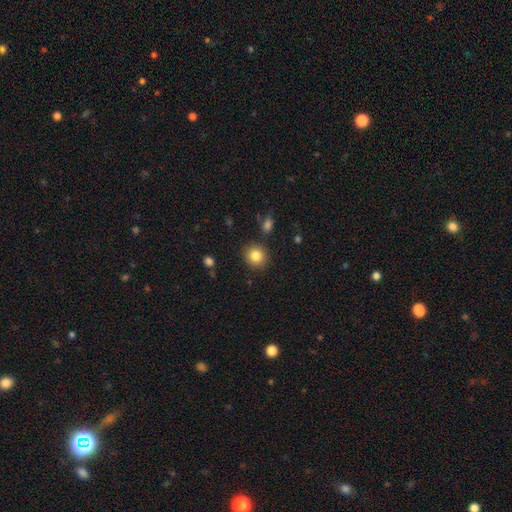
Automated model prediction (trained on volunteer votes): The model was most divided on "smooth or featured": smooth: 84%, star or artifact: 10%, featured or disk: 6%. More confident: merging — none (88%); how rounded — round (88%).